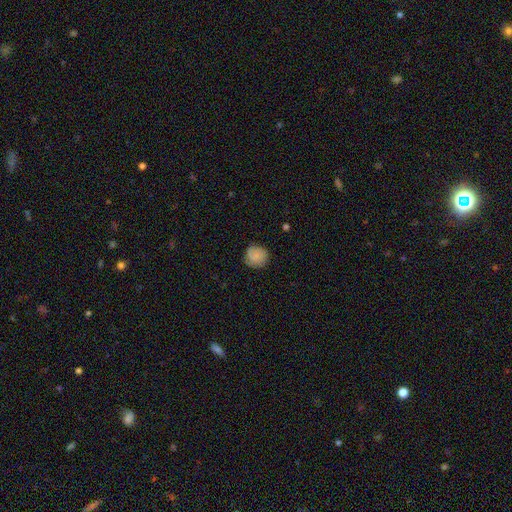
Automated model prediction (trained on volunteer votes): Smooth or featured? smooth (79%)
How rounded? round (88%)
Merging? none (80%)